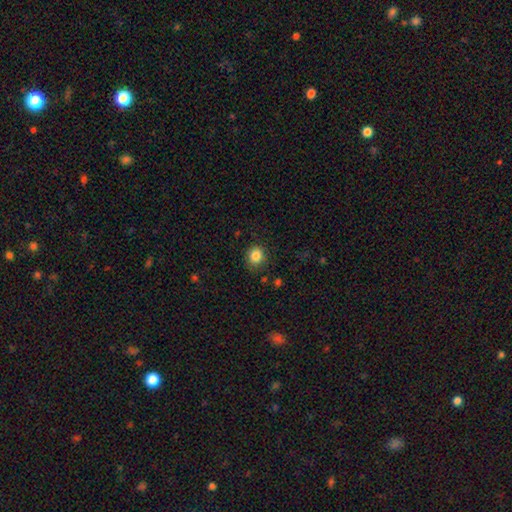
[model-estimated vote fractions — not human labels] A smooth galaxy with no disk features (85%) that is round (82%).

Vote fractions:
- Smooth or featured? smooth: 85% / star or artifact: 10% / featured or disk: 5%
- How rounded? round: 82% / in between: 18% / cigar-shaped: 1%
- Merging? none: 85% / minor disturbance: 11% / major disturbance: 3% / merger: 1%